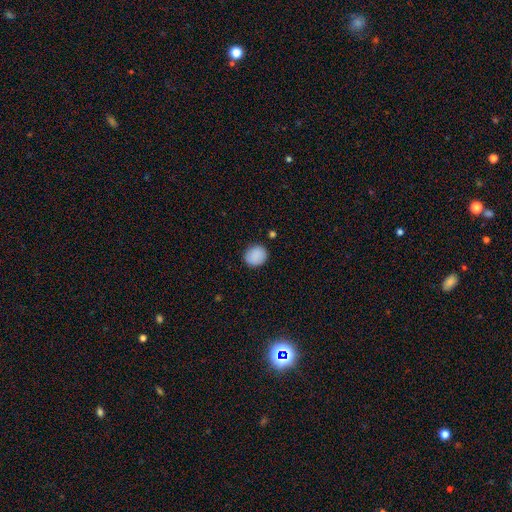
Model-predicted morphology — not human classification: Overall: smooth (89%). How rounded: round (78%). Merging: none (88%).